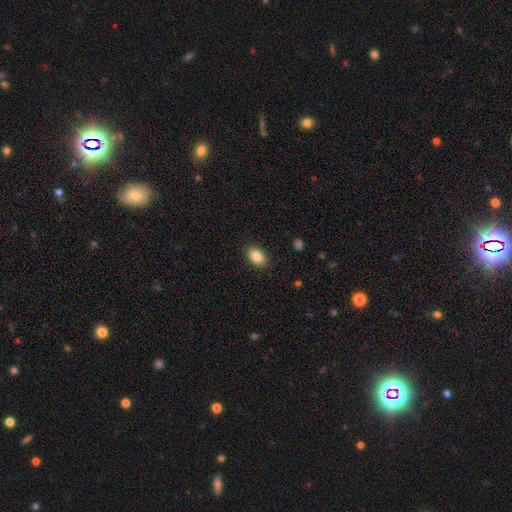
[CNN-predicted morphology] A smooth galaxy with no disk features (87%) that is in between round and cigar-shaped (89%).

Vote fractions:
- Smooth or featured? smooth: 87% / star or artifact: 8% / featured or disk: 6%
- How rounded? in between: 89% / round: 9% / cigar-shaped: 2%
- Merging? none: 88% / minor disturbance: 9% / major disturbance: 2% / merger: 1%